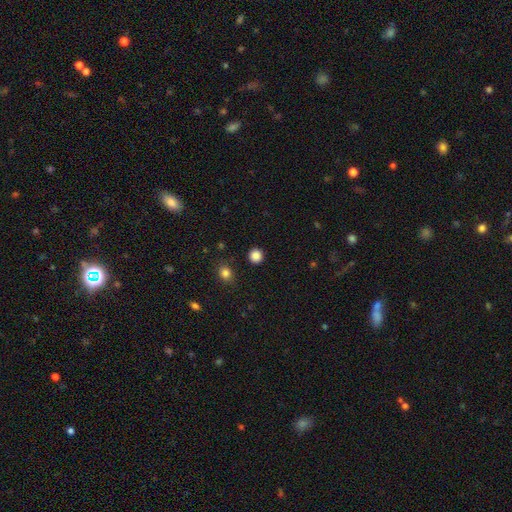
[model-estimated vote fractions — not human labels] Q: Smooth or featured?
A: smooth (86%); runner-up: star or artifact (11%)
Q: How rounded?
A: round (93%); runner-up: in between (7%)
Q: Merging?
A: none (91%); runner-up: minor disturbance (5%)